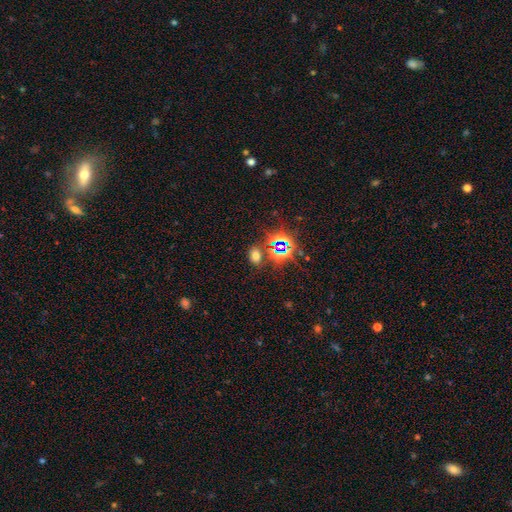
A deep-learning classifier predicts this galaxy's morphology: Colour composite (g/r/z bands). It shows a smooth galaxy with no disk features (57%) that is in between round and cigar-shaped (73%). Merging: none (80%).